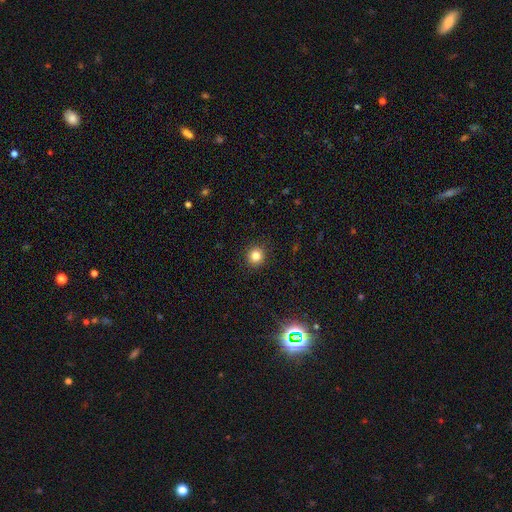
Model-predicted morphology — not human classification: smooth_or_featured: smooth (p=0.82) [alt: star or artifact p=0.12]
how_rounded: round (p=0.92) [alt: in between p=0.07]
merging: none (p=0.92) [alt: minor disturbance p=0.05]